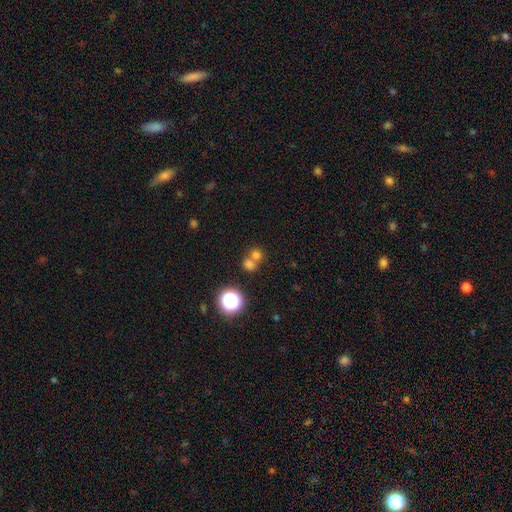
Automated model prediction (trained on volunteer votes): Overall: smooth (70%). How rounded: round (82%). Merging: merger (49%; none 43%).